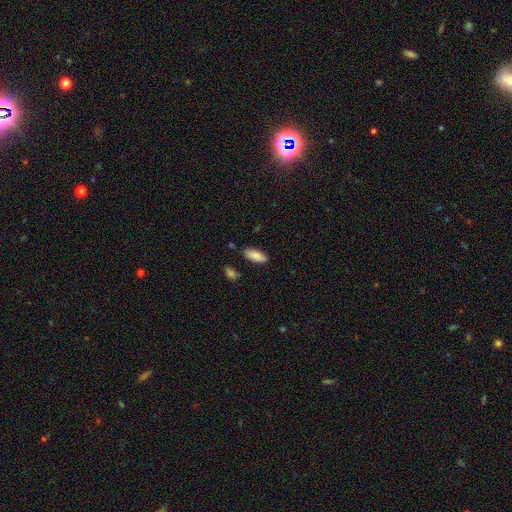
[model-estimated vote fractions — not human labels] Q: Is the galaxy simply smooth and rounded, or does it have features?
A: smooth — 89%.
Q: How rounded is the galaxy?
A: in between — 80%.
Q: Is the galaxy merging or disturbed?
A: none — 83%.